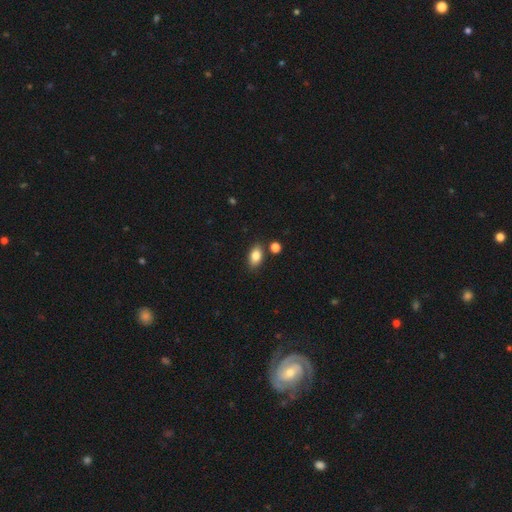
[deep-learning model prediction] The model was most divided on "merging": none: 81%, minor disturbance: 11%, merger: 6%, major disturbance: 2%. More confident: how rounded — in between (88%); smooth or featured — smooth (84%).